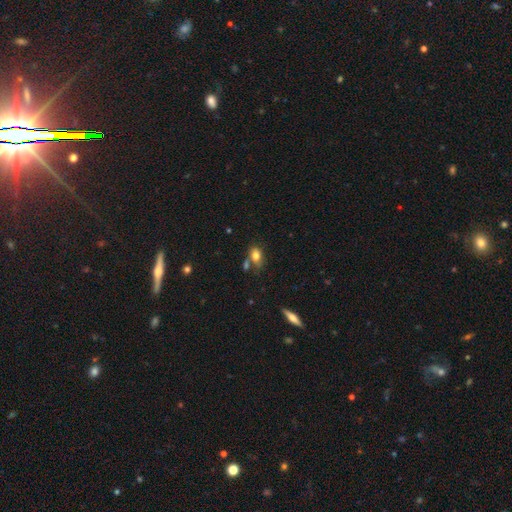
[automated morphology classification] This is likely a smooth galaxy (78%). How rounded: clearly in between (81%). Merging: possibly none (56%).